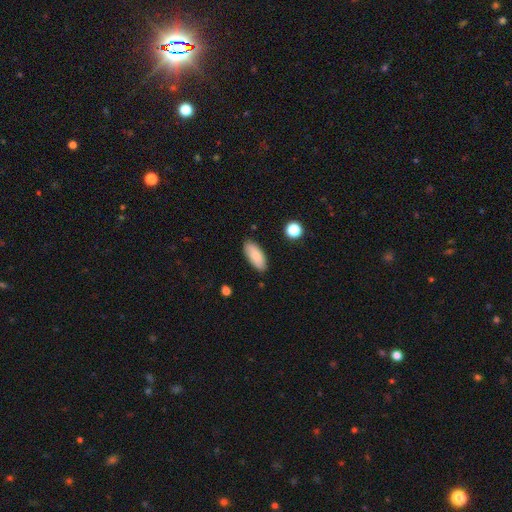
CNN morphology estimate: Smooth or featured?
  - smooth: 84% *
  - featured or disk: 9%
  - star or artifact: 7%
How rounded?
  - in between: 84% *
  - cigar-shaped: 14%
  - round: 2%
Merging?
  - none: 85% *
  - minor disturbance: 11%
  - major disturbance: 2%
  - merger: 2%